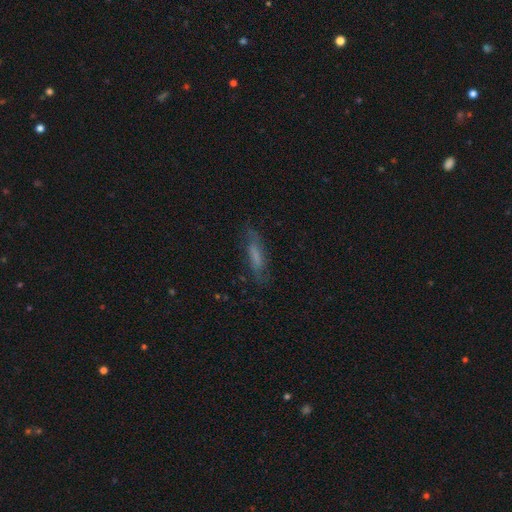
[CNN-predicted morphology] This appears to be a smooth galaxy with no disk features (48%). Merging: none (71%).